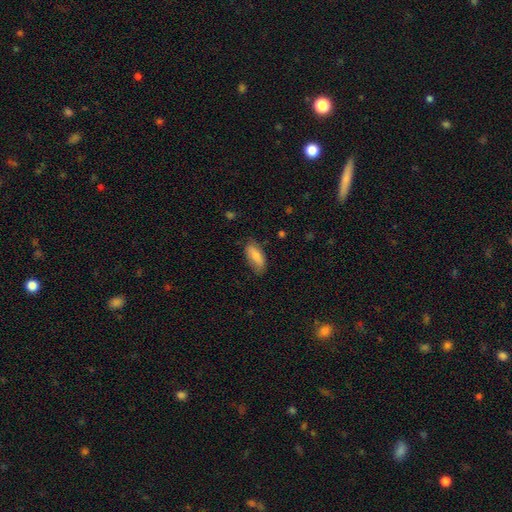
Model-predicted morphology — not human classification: smooth 80%, featured or disk 14%, star or artifact 6%. Down the decision tree: how rounded — in between (81%); merging — none (72%).